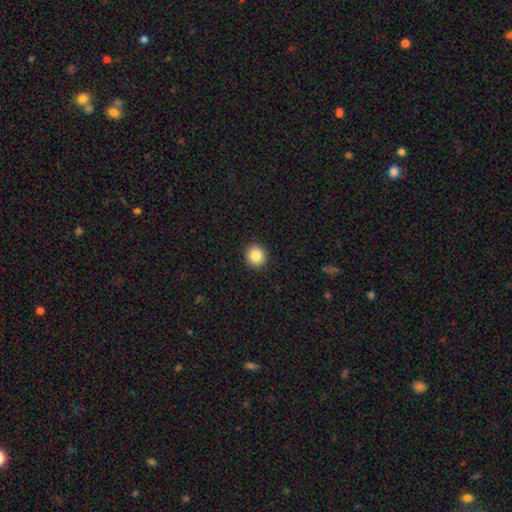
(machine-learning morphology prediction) Smooth or featured? Predicted: smooth (p=0.85). How rounded? Predicted: round (p=0.91). Merging? Predicted: none (p=0.93).